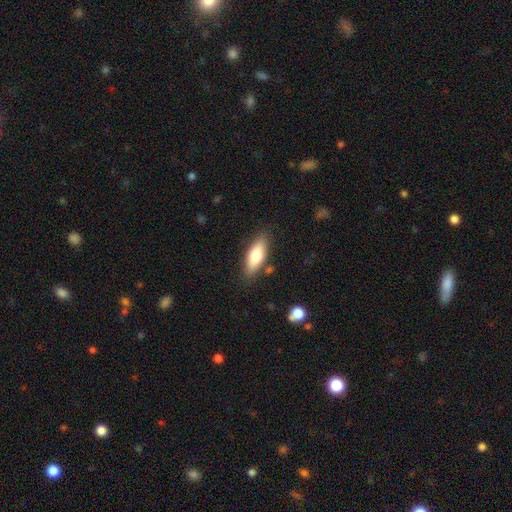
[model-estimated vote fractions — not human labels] A smooth galaxy with no disk features (74%) that is in between round and cigar-shaped (67%).

Vote fractions:
- Smooth or featured? smooth: 74% / featured or disk: 20% / star or artifact: 6%
- How rounded? in between: 67% / cigar-shaped: 31% / round: 2%
- Merging? none: 82% / minor disturbance: 12% / merger: 3% / major disturbance: 3%